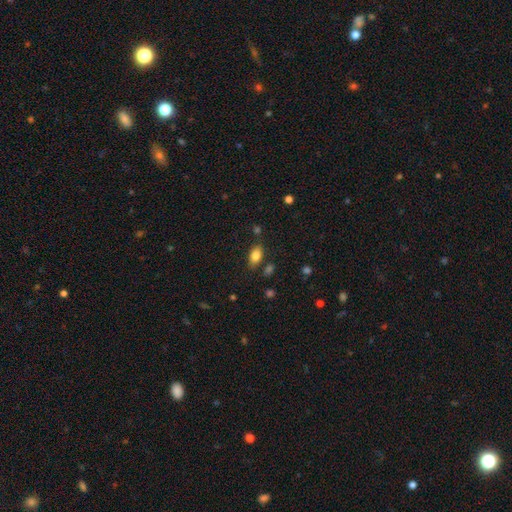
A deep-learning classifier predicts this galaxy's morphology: Smooth or featured? Predicted: smooth (p=0.83). How rounded? Predicted: in between (p=0.90). Merging? Predicted: none (p=0.79).